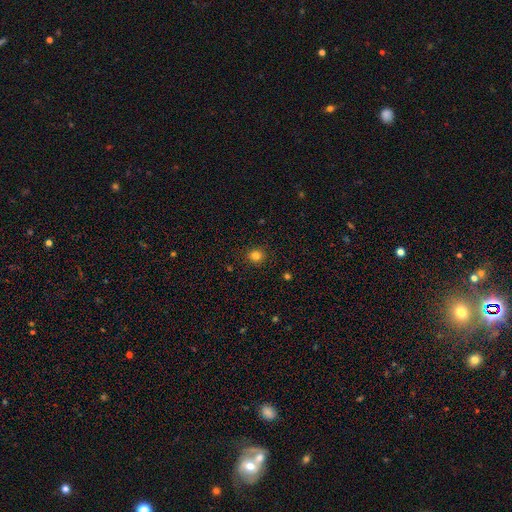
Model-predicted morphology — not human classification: Q: Smooth or featured?
A: smooth (82%); runner-up: star or artifact (14%)
Q: How rounded?
A: round (85%); runner-up: in between (14%)
Q: Merging?
A: none (90%); runner-up: minor disturbance (7%)